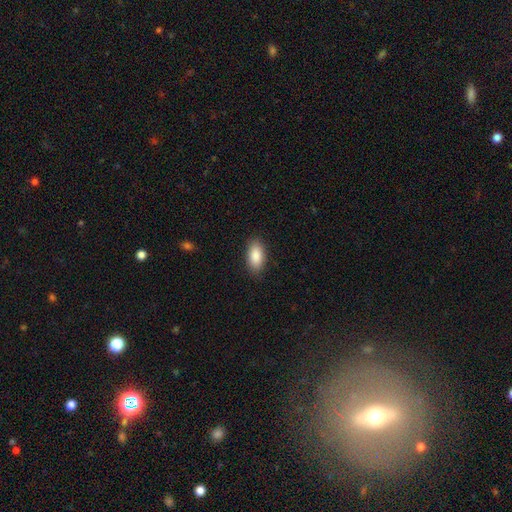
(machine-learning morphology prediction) A smooth galaxy with no disk features (89%) that is in between round and cigar-shaped (92%).

Vote fractions:
- Smooth or featured? smooth: 89% / star or artifact: 6% / featured or disk: 5%
- How rounded? in between: 92% / cigar-shaped: 5% / round: 3%
- Merging? none: 87% / minor disturbance: 9% / major disturbance: 2% / merger: 1%